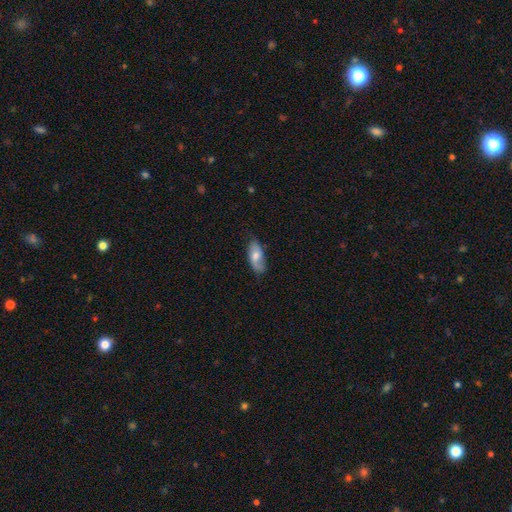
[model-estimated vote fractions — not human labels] Smooth or featured: smooth — 61% (featured or disk — 32%)
How rounded: in between — 86% (cigar-shaped — 12%)
Merging: none — 68% (minor disturbance — 25%)